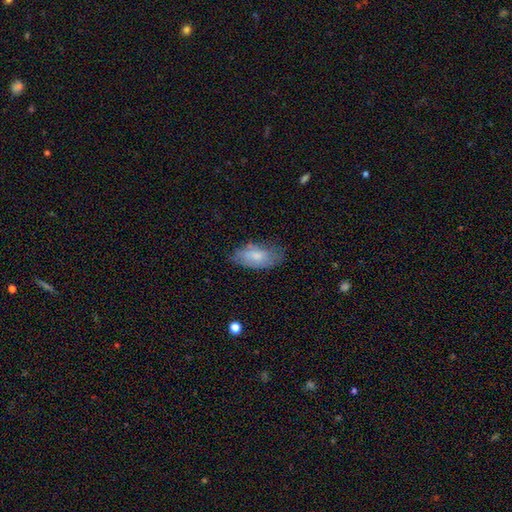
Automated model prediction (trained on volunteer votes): Smooth or featured? smooth (71%)
How rounded? in between (92%)
Merging? none (61%)